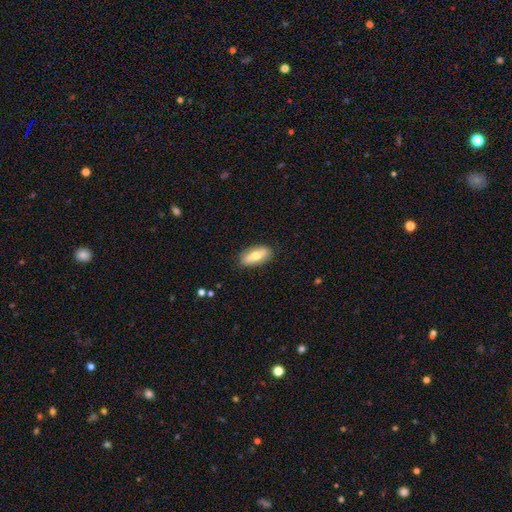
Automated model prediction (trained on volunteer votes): A smooth galaxy with no disk features (63%) that is in between round and cigar-shaped (81%). Merging: none (86%).